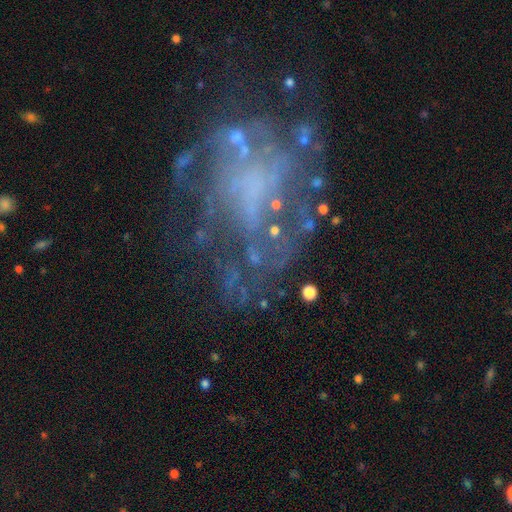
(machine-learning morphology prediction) type=featured or disk (69%); edge-on=no (97%); bar=no (78%); spiral arms=no (58%); bulge=none (67%); merging=none (47%).